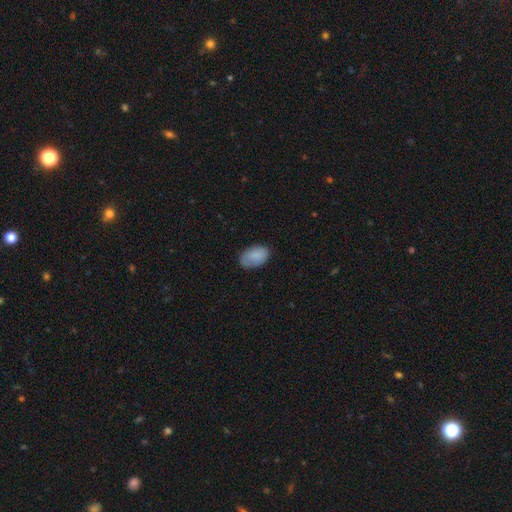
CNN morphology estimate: Smooth or featured?
  - smooth: 86% *
  - featured or disk: 8%
  - star or artifact: 7%
How rounded?
  - in between: 91% *
  - round: 8%
  - cigar-shaped: 1%
Merging?
  - none: 74% *
  - minor disturbance: 20%
  - major disturbance: 4%
  - merger: 1%